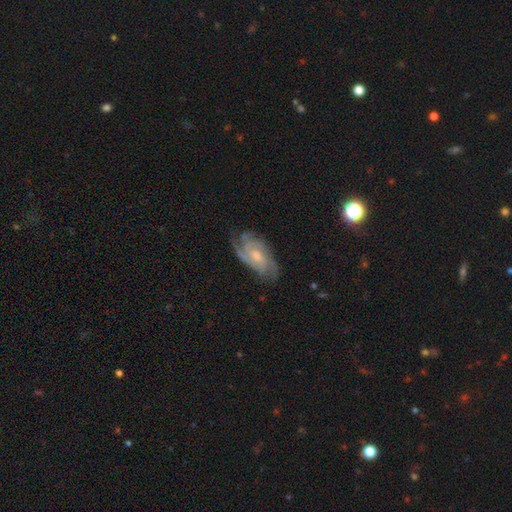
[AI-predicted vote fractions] This appears to be a featured or disk galaxy (84%) with no bar (58%), 3 (34%) tight (53%) spiral arms (96%) and a moderate central bulge (53%). Merging: none (69%).